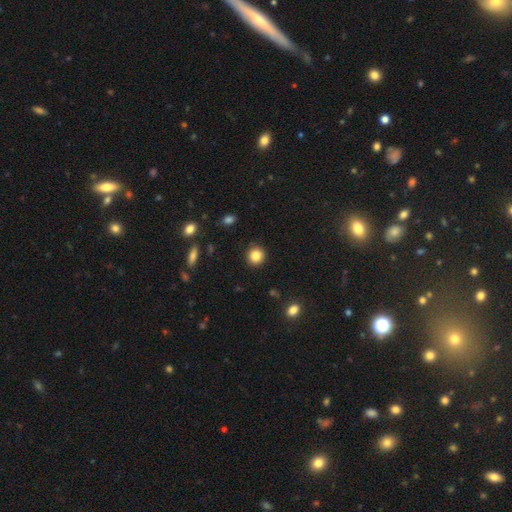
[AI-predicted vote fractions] Smooth or featured: smooth — 85% (star or artifact — 10%)
How rounded: round — 92% (in between — 7%)
Merging: none — 91% (minor disturbance — 6%)